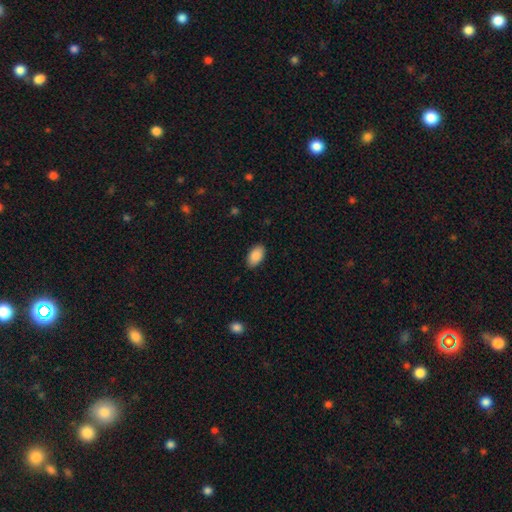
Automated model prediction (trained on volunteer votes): Smooth or featured? smooth (89%)
How rounded? in between (94%)
Merging? none (86%)